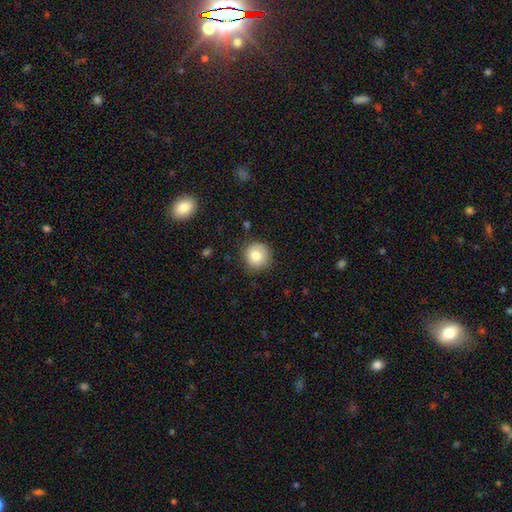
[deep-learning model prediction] A smooth galaxy with no disk features (80%) that is round (92%).

Vote fractions:
- Smooth or featured? smooth: 80% / featured or disk: 11% / star or artifact: 9%
- How rounded? round: 92% / in between: 7% / cigar-shaped: 1%
- Merging? none: 84% / minor disturbance: 12% / major disturbance: 3% / merger: 1%